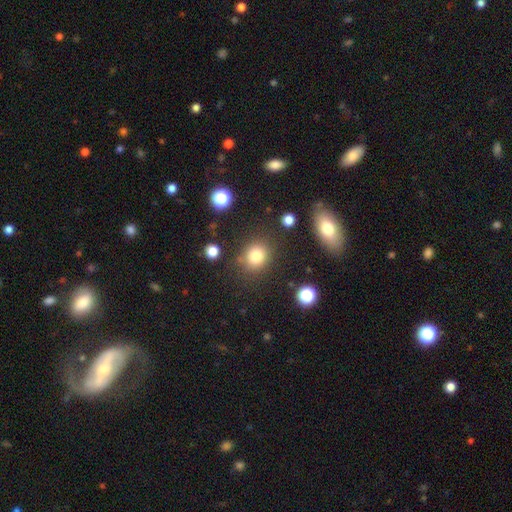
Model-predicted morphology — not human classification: Overall: smooth (78%). How rounded: round (68%; in between 31%). Merging: none (84%).